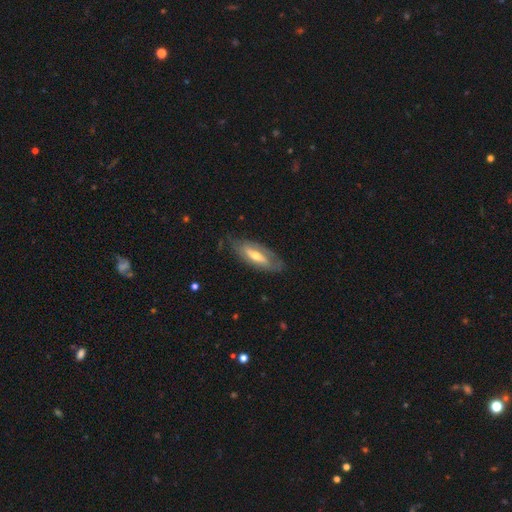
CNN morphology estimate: featured or disk 61%, smooth 34%, star or artifact 5%. Down the decision tree: edge-on disk — no (69%); merging — none (73%).